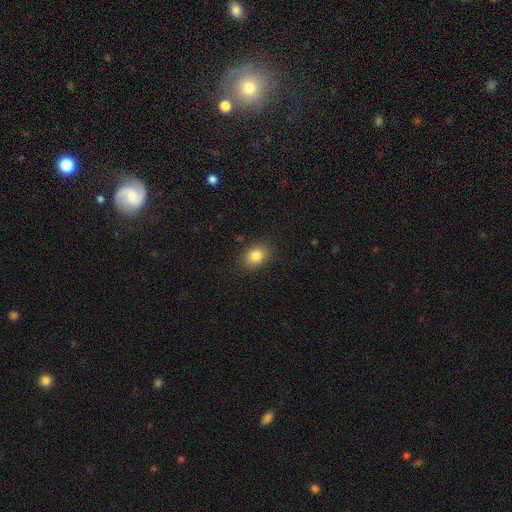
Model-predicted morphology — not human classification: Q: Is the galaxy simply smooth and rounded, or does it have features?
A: smooth — 83%.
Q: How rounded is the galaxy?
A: in between — 61%.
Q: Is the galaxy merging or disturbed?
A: none — 86%.